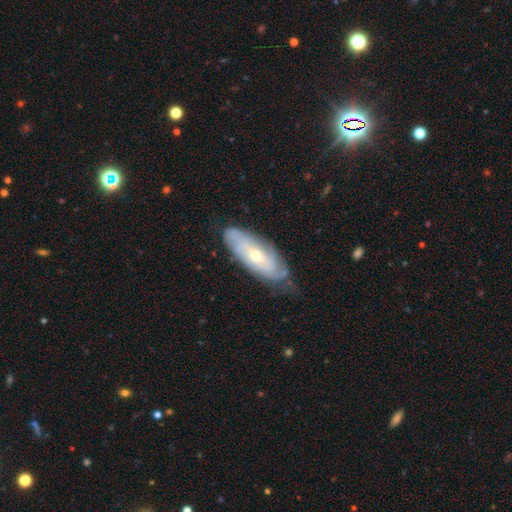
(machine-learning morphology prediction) featured or disk 65%, smooth 28%, star or artifact 7%. Down the decision tree: edge-on disk — no (82%); bar — no (72%); spiral arms — yes (79%); bulge size — small (53%); merging — none (68%).